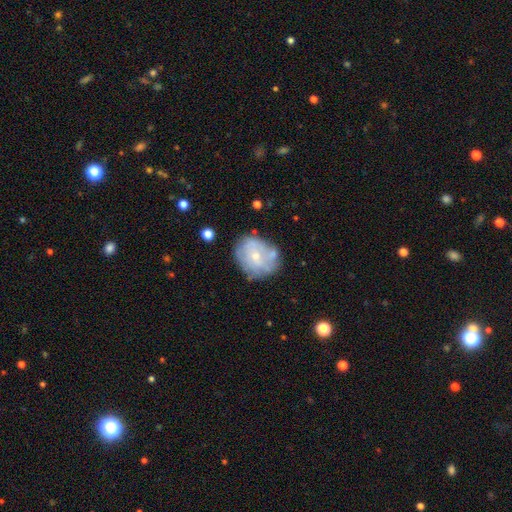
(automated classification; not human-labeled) This appears to be a featured or disk galaxy (51%). Merging: none (60%).